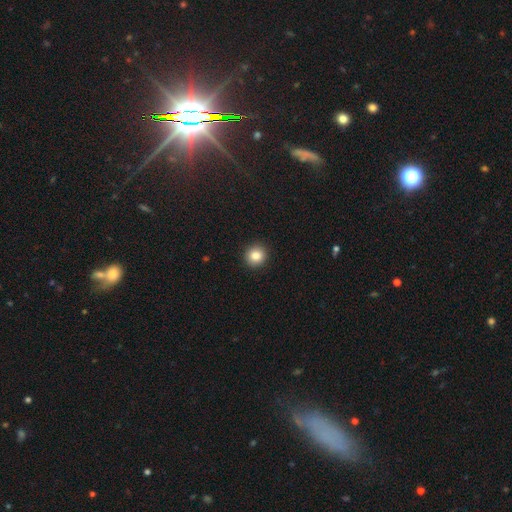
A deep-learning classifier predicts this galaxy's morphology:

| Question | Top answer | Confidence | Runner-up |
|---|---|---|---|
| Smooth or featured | smooth | 84% | star or artifact (10%) |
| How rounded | round | 92% | in between (7%) |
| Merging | none | 93% | minor disturbance (5%) |